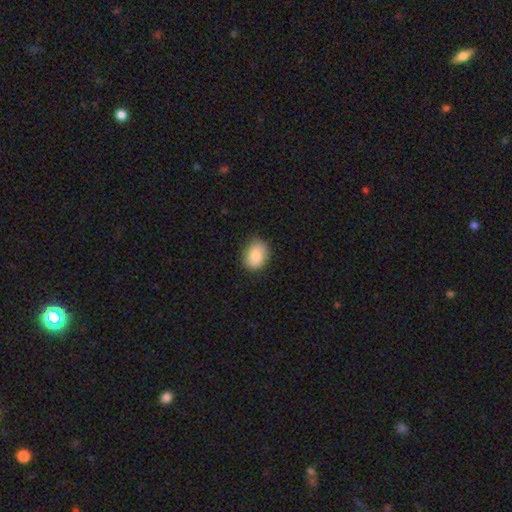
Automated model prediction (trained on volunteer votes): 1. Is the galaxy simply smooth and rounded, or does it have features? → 86% smooth, 7% star or artifact, 7% featured or disk.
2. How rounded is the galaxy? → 62% in between, 37% round, 1% cigar-shaped.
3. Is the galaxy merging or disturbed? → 83% none, 14% minor disturbance, 3% major disturbance, 1% merger.